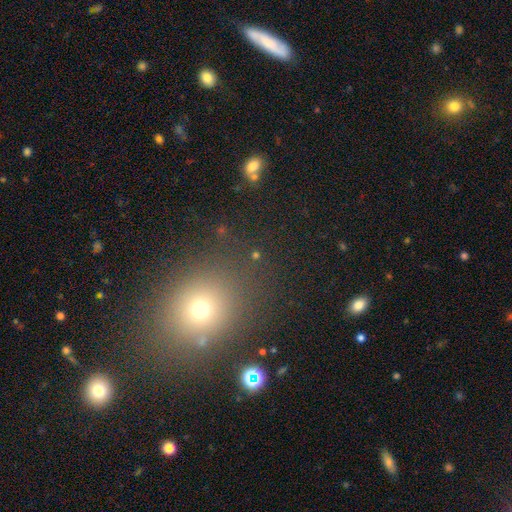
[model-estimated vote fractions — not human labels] A smooth galaxy with no disk features (54%) that is round (74%). Merging: none (79%).